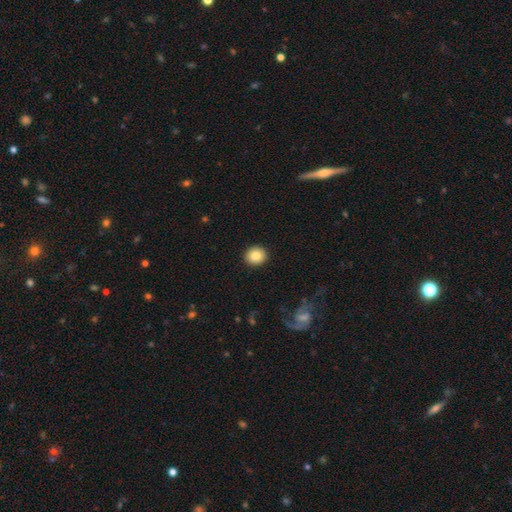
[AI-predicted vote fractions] Q: Smooth or featured?
A: smooth (85%); runner-up: star or artifact (8%)
Q: How rounded?
A: round (82%); runner-up: in between (17%)
Q: Merging?
A: none (92%); runner-up: minor disturbance (5%)